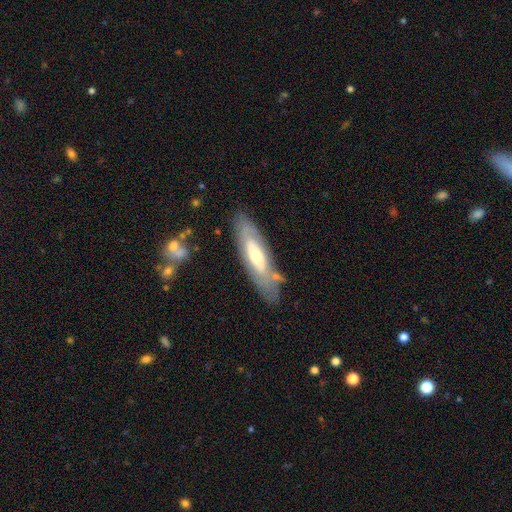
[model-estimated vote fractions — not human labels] This is possibly a featured or disk galaxy (55%). It is likely not viewed edge-on (64%). Merging: likely none (76%).